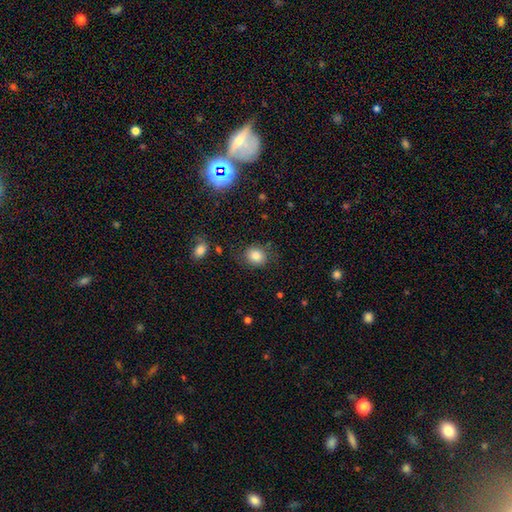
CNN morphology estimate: Overall: smooth (83%). How rounded: round (62%; in between 37%). Merging: none (77%).